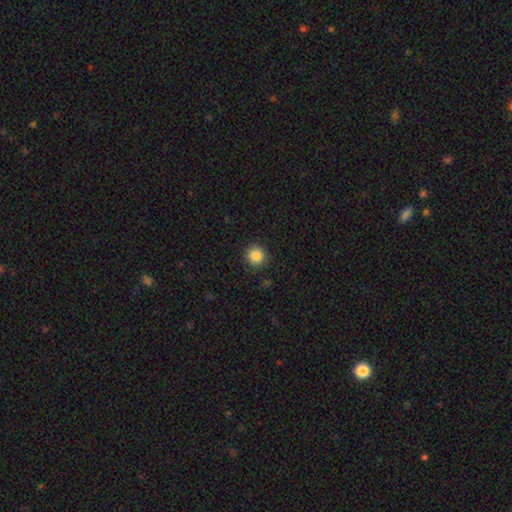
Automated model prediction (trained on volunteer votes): Smooth or featured? Predicted: smooth (p=0.86). How rounded? Predicted: round (p=0.93). Merging? Predicted: none (p=0.91).